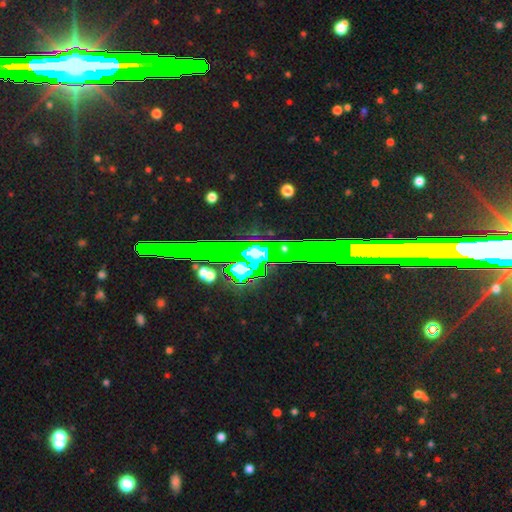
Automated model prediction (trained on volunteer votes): This is likely a star or artifact rather than a galaxy (63%).